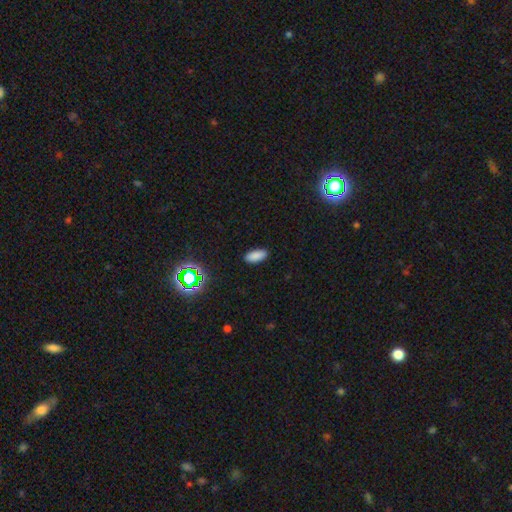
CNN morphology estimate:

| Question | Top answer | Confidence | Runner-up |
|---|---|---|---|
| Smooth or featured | smooth | 83% | star or artifact (12%) |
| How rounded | in between | 88% | cigar-shaped (9%) |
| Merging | none | 89% | minor disturbance (8%) |